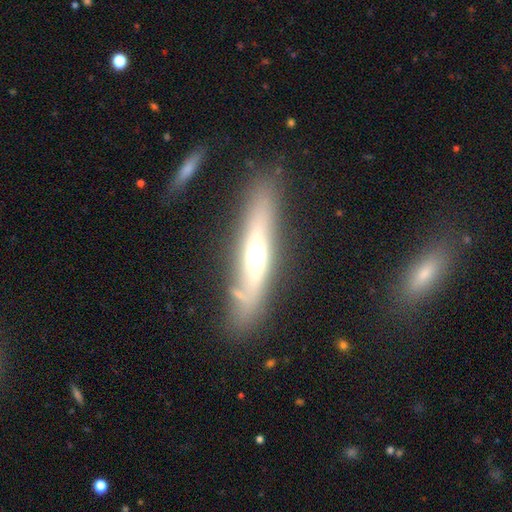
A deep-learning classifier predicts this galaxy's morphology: The model was most divided on "smooth or featured": featured or disk: 62%, smooth: 31%, star or artifact: 7%. More confident: merging — none (74%); edge-on disk — yes (69%).